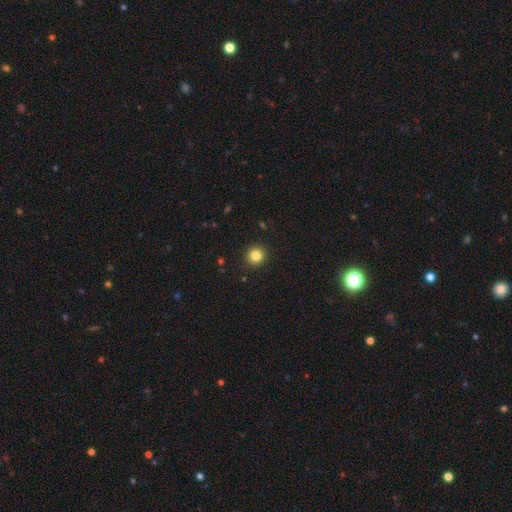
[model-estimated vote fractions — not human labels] Smooth or featured: smooth — 84% (star or artifact — 11%)
How rounded: round — 92% (in between — 7%)
Merging: none — 92% (minor disturbance — 5%)